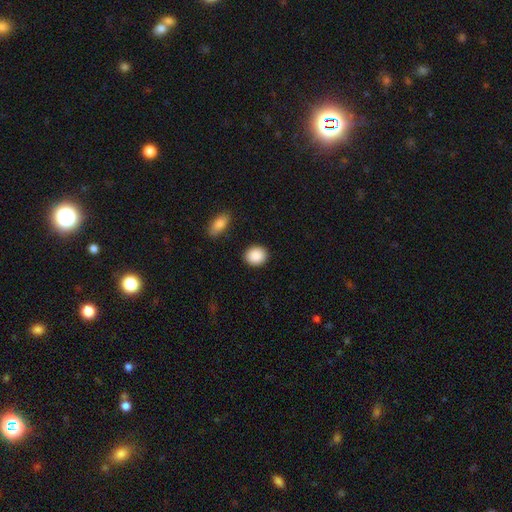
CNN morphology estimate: A smooth galaxy with no disk features (90%) that is round (69%).

Vote fractions:
- Smooth or featured? smooth: 90% / star or artifact: 6% / featured or disk: 3%
- How rounded? round: 69% / in between: 29% / cigar-shaped: 1%
- Merging? none: 90% / minor disturbance: 6% / major disturbance: 2% / merger: 2%